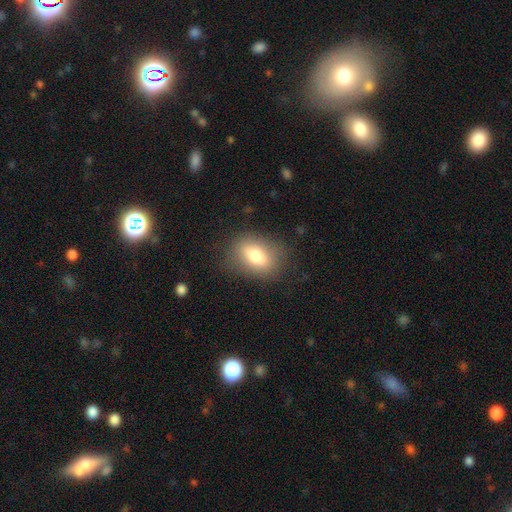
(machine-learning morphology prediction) smooth-or-featured: smooth: 77% | featured or disk: 14% | star or artifact: 9%
  how-rounded: in between: 79% | round: 17% | cigar-shaped: 4%
  merging: none: 80% | minor disturbance: 14% | major disturbance: 5% | merger: 1%